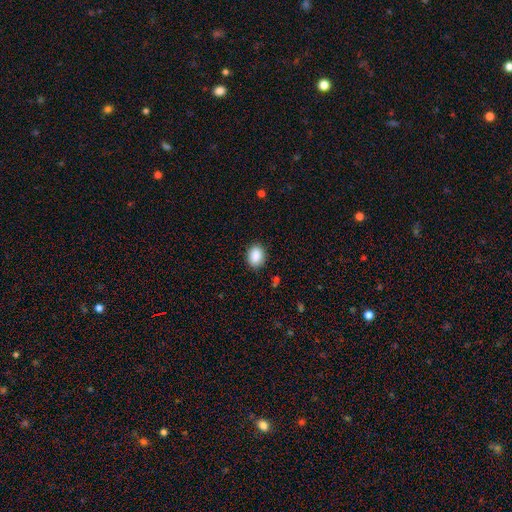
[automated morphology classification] Smooth or featured: smooth — 88% (star or artifact — 8%)
How rounded: in between — 62% (round — 37%)
Merging: none — 87% (minor disturbance — 9%)